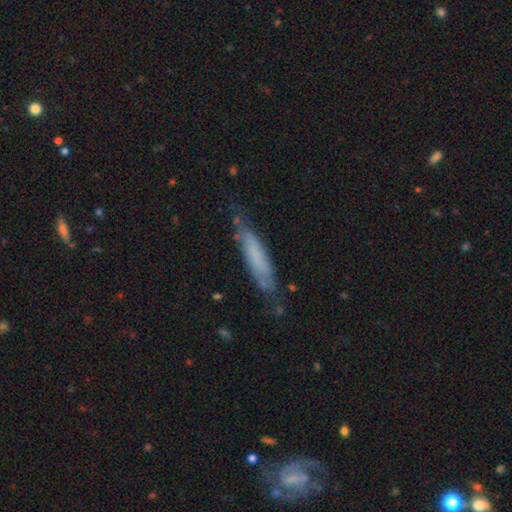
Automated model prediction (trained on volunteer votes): This appears to be a smooth galaxy with no disk features (61%) that is cigar-shaped (82%). Merging: none (65%).